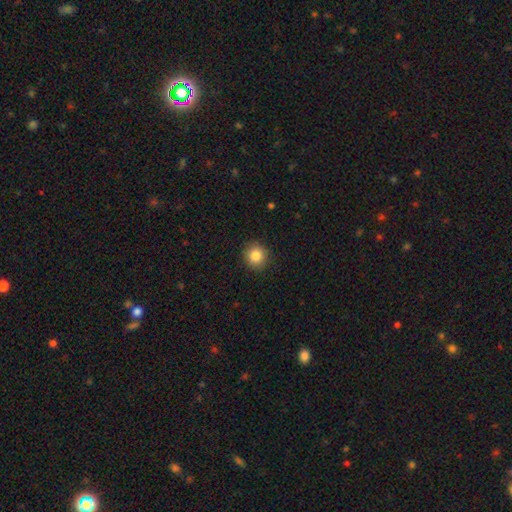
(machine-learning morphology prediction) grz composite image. It shows a smooth galaxy with no disk features (85%) that is round (92%). Merging: none (91%).